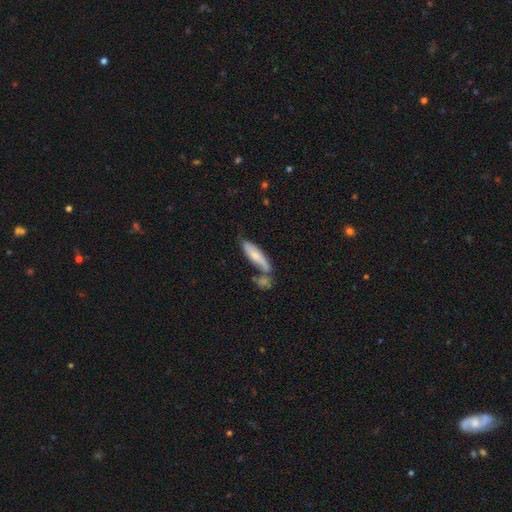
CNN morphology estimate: This appears to be a smooth galaxy with no disk features (66%) that is cigar-shaped (62%). Merging: none (46%).